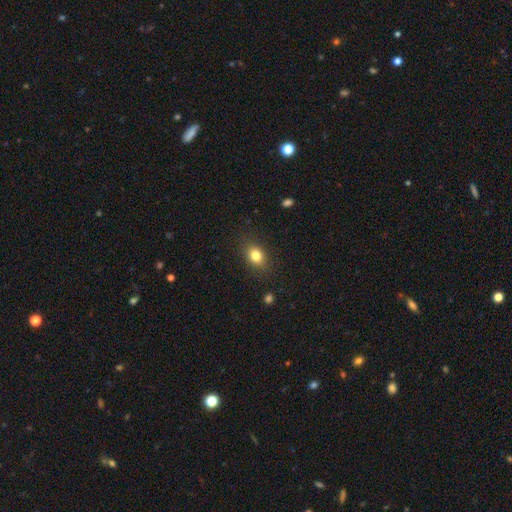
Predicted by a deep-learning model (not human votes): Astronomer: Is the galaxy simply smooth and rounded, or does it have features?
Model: smooth — 81%.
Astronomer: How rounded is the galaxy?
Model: in between — 58% (runner-up: round, 40%).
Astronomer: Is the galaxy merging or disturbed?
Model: none — 85%.